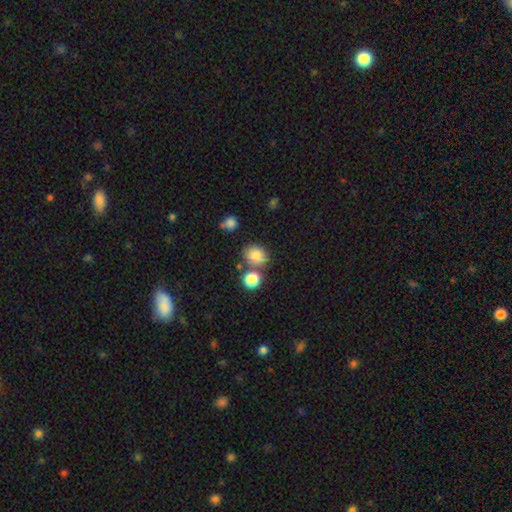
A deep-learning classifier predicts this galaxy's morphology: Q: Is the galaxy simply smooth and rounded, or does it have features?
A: smooth — 82%.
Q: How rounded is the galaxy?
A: round — 62%.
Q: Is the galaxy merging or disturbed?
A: none — 68%.